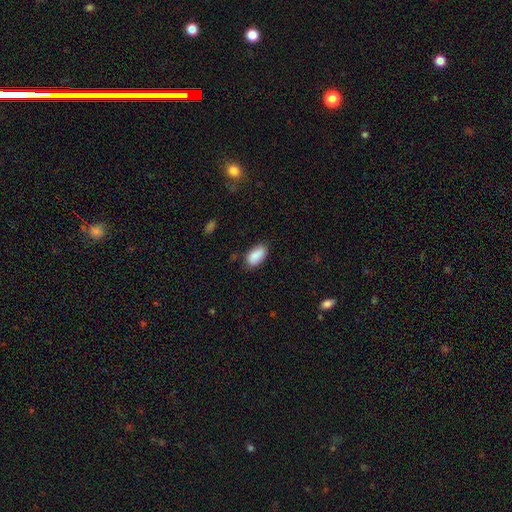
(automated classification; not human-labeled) Smooth or featured: smooth — 89% (star or artifact — 7%)
How rounded: in between — 94% (cigar-shaped — 3%)
Merging: none — 78% (minor disturbance — 17%)